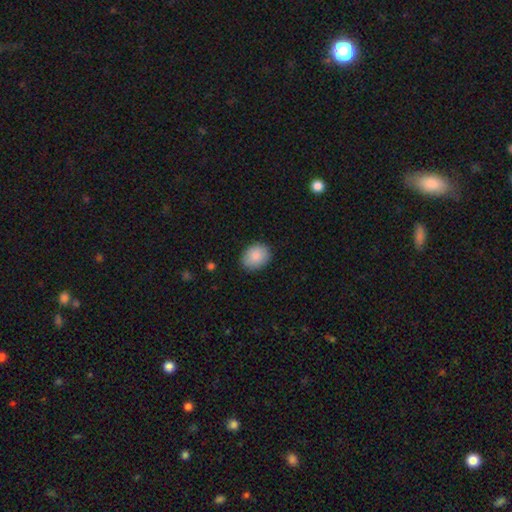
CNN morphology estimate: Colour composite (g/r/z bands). It shows a smooth galaxy with no disk features (87%) that is in between round and cigar-shaped (55%). Merging: none (84%).